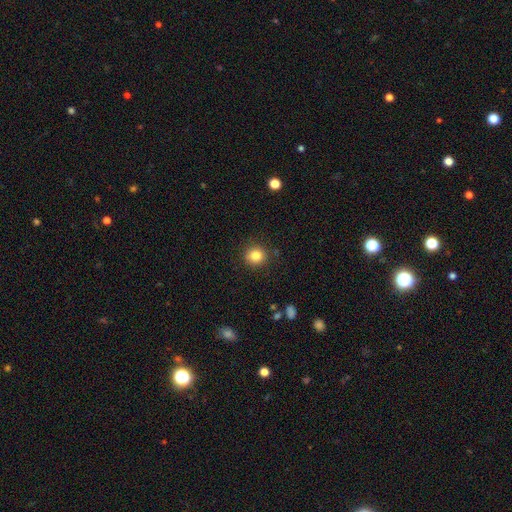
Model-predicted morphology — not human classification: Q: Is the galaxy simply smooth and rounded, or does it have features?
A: smooth — 83%.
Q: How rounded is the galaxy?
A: round — 89%.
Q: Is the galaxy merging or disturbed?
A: none — 88%.